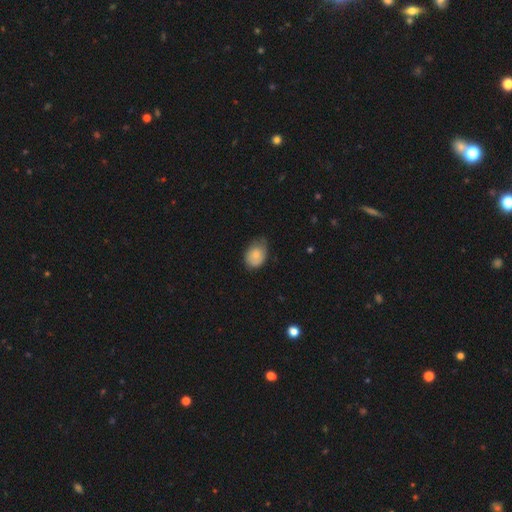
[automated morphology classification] Q: Smooth or featured?
A: smooth (77%); runner-up: featured or disk (15%)
Q: How rounded?
A: in between (71%); runner-up: round (28%)
Q: Merging?
A: none (47%); runner-up: minor disturbance (41%)